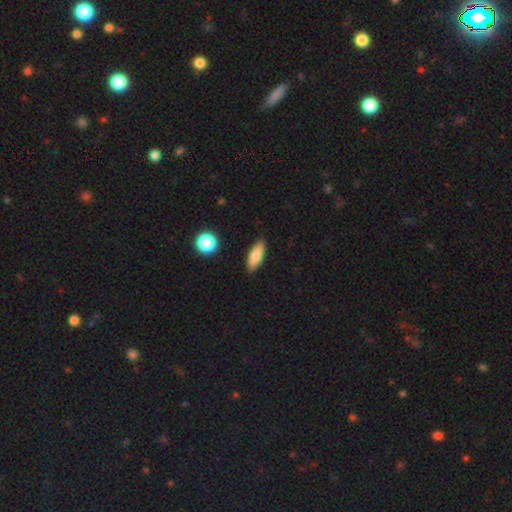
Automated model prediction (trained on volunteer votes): Smooth or featured?
  - smooth: 78% *
  - featured or disk: 14%
  - star or artifact: 7%
How rounded?
  - in between: 66% *
  - cigar-shaped: 31%
  - round: 3%
Merging?
  - none: 87% *
  - minor disturbance: 10%
  - major disturbance: 2%
  - merger: 2%